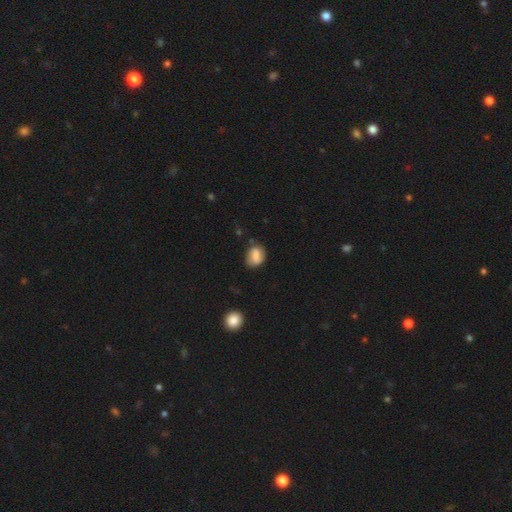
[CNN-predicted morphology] smooth_or_featured: smooth (p=0.65) [alt: featured or disk p=0.27]
how_rounded: in between (p=0.63) [alt: round p=0.36]
merging: none (p=0.67) [alt: minor disturbance p=0.23]